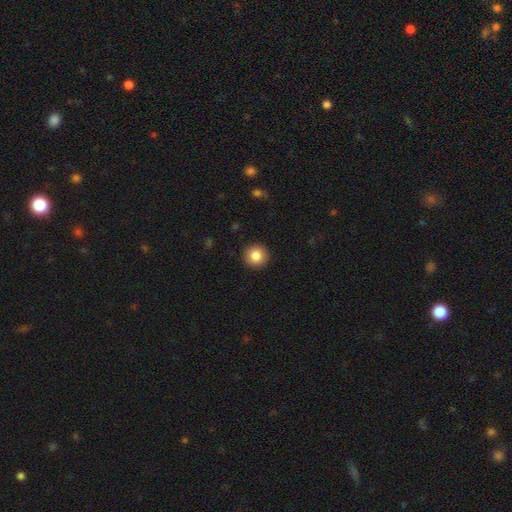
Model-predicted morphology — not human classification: Smooth or featured: smooth — 85% (star or artifact — 9%)
How rounded: round — 95% (in between — 4%)
Merging: none — 92% (minor disturbance — 5%)